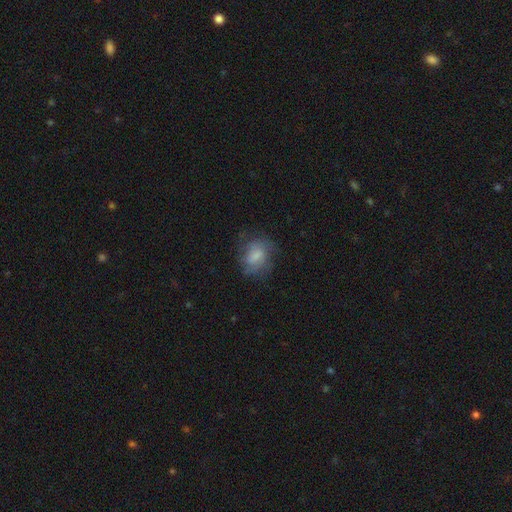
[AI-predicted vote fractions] smooth-or-featured: smooth: 53% | featured or disk: 38% | star or artifact: 9%
  how-rounded: in between: 61% | round: 37% | cigar-shaped: 2%
  merging: none: 61% | minor disturbance: 23% | major disturbance: 15% | merger: 1%